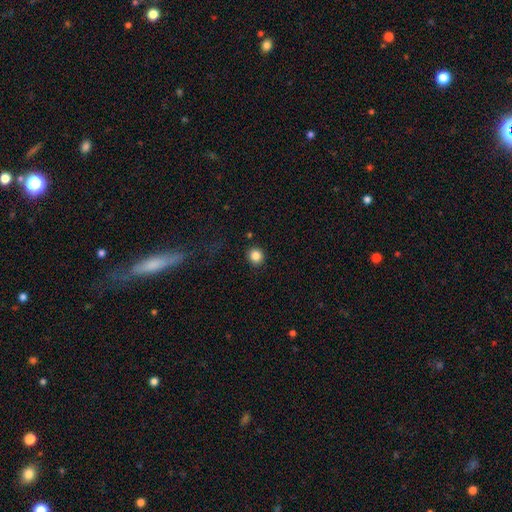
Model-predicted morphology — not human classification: type=smooth (85%); roundness=round (88%); merging=none (90%).